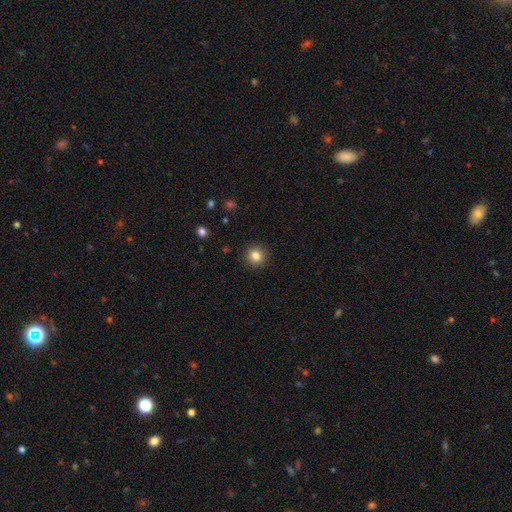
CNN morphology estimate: The model was most divided on "smooth or featured": smooth: 84%, star or artifact: 11%, featured or disk: 6%. More confident: how rounded — round (93%); merging — none (92%).